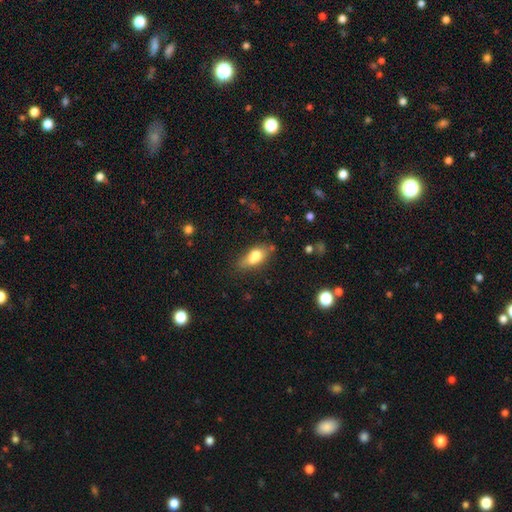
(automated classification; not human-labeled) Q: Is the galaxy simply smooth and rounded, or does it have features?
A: smooth — 74%.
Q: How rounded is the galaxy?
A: in between — 82%.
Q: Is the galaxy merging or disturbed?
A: none — 49%.